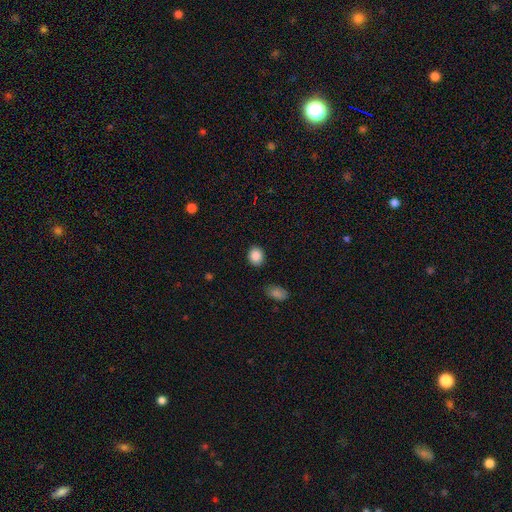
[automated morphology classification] This is clearly a smooth galaxy (88%). How rounded: possibly round (58%). Merging: clearly none (88%).